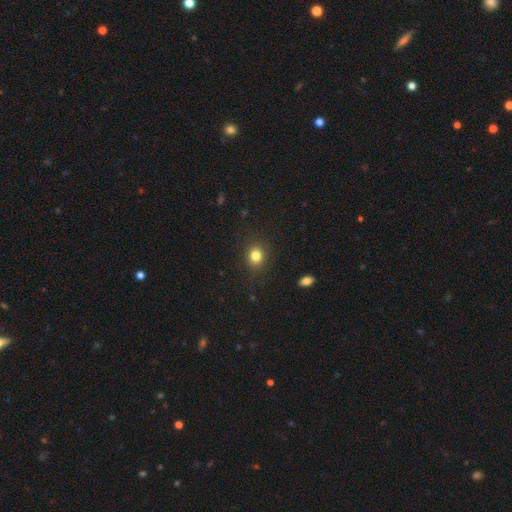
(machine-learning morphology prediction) This appears to be a smooth galaxy with no disk features (82%) that is round (74%). Merging: none (88%).